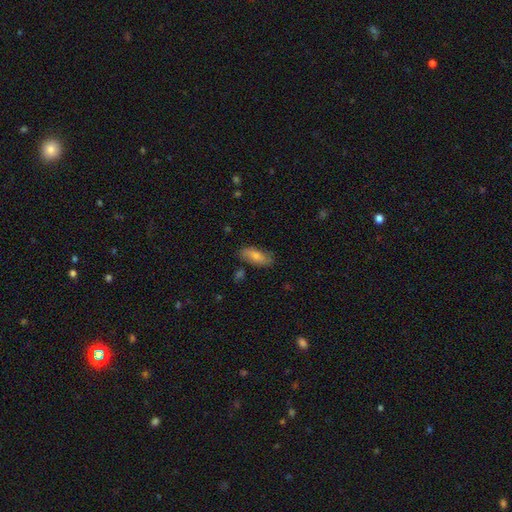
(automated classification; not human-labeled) Smooth or featured: smooth — 67% (featured or disk — 24%)
How rounded: in between — 72% (cigar-shaped — 25%)
Merging: none — 81% (minor disturbance — 13%)